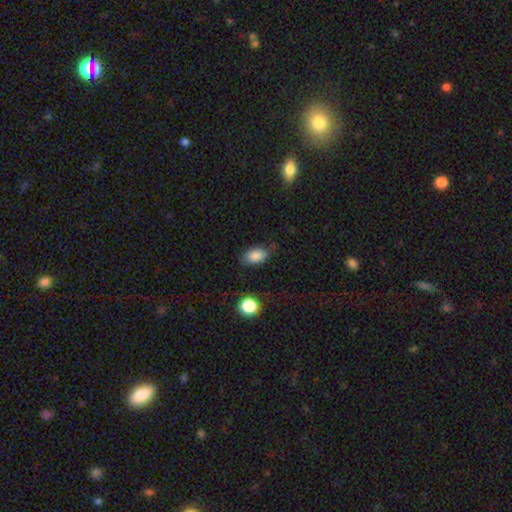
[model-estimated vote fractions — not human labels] Smooth or featured? Predicted: smooth (p=0.85). How rounded? Predicted: in between (p=0.89). Merging? Predicted: none (p=0.71).